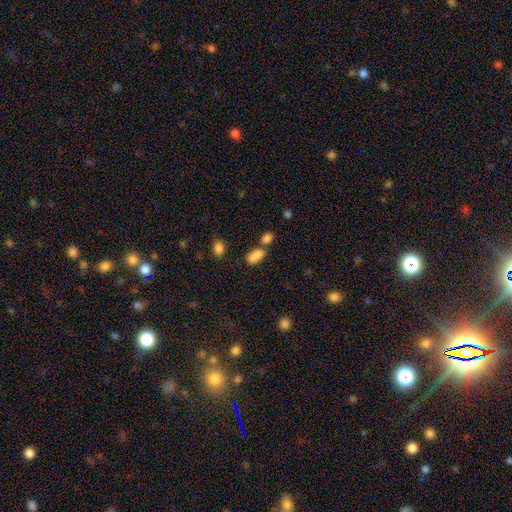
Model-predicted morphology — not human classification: The model was most divided on "merging": merger: 44%, none: 38%, minor disturbance: 13%, major disturbance: 5%. More confident: how rounded — in between (83%); smooth or featured — smooth (79%).